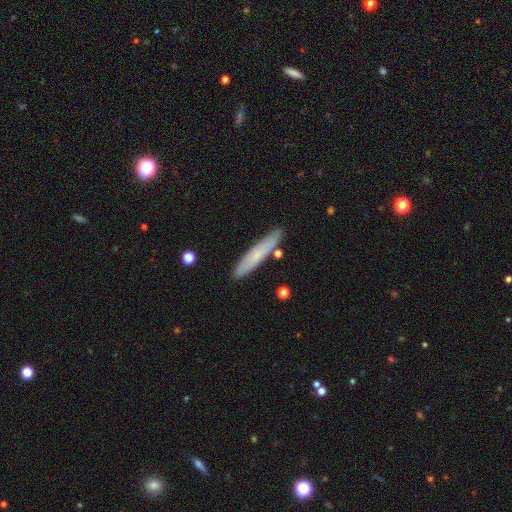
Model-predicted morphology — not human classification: Smooth or featured? smooth (66%)
How rounded? cigar-shaped (89%)
Merging? none (84%)